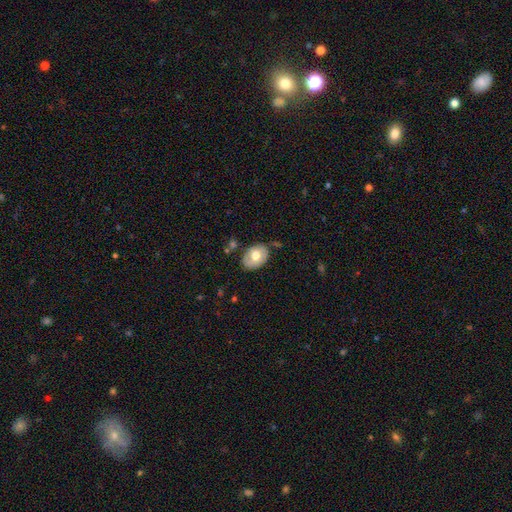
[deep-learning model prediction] smooth_or_featured: smooth (p=0.64) [alt: featured or disk p=0.29]
how_rounded: in between (p=0.78) [alt: round p=0.21]
merging: none (p=0.75) [alt: minor disturbance p=0.17]